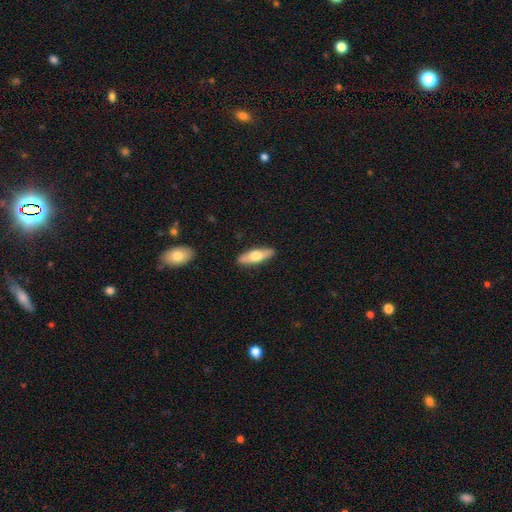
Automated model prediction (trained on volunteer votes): Morphology: type=smooth (58%); roundness=cigar-shaped (51%); merging=none (89%).